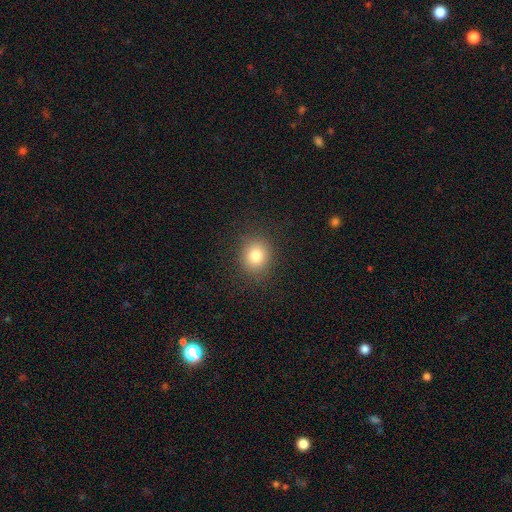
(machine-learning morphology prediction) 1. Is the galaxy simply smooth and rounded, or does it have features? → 81% smooth, 12% star or artifact, 7% featured or disk.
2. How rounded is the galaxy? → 80% round, 19% in between, 1% cigar-shaped.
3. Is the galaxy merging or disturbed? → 88% none, 8% minor disturbance, 3% major disturbance, 1% merger.